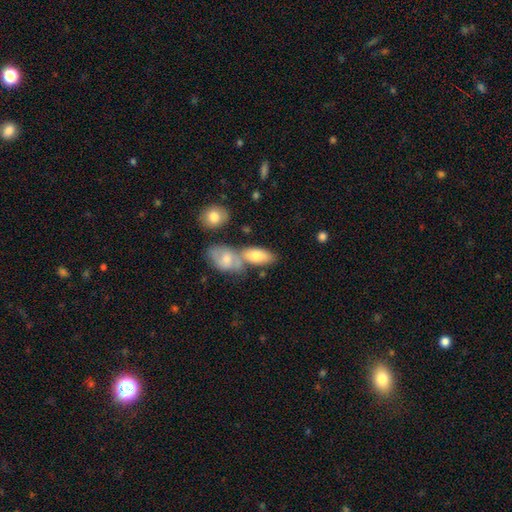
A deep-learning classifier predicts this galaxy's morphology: Smooth or featured? Predicted: smooth (p=0.68). How rounded? Predicted: in between (p=0.85). Merging? Predicted: merger (p=0.43).